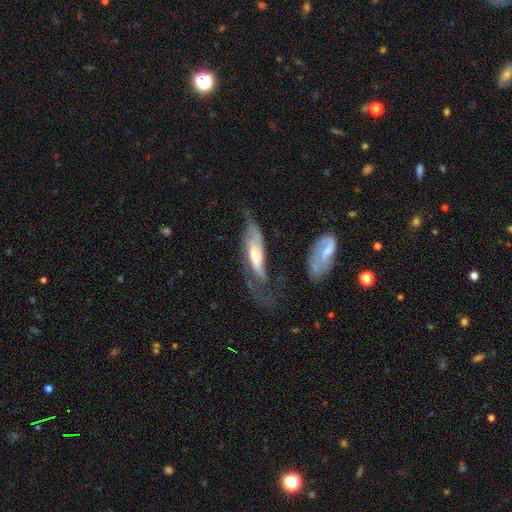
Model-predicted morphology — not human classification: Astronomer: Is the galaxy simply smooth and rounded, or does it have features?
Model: featured or disk — 66%.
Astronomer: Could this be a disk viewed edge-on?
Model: no — 70%.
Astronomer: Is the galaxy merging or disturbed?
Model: major disturbance — 35% (runner-up: none, 34%).